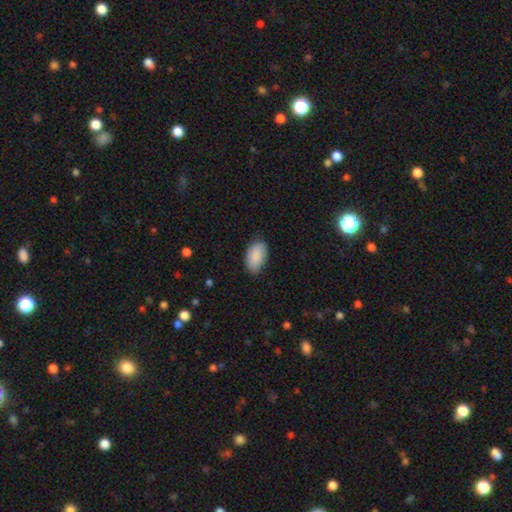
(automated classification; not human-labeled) Overall: smooth (89%). How rounded: in between (94%). Merging: none (77%).